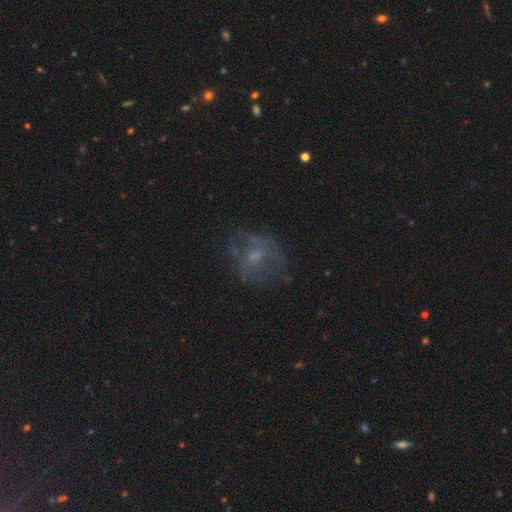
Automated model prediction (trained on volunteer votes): smooth_or_featured: featured or disk (p=0.50) [alt: smooth p=0.32]
merging: none (p=0.55) [alt: major disturbance p=0.24]